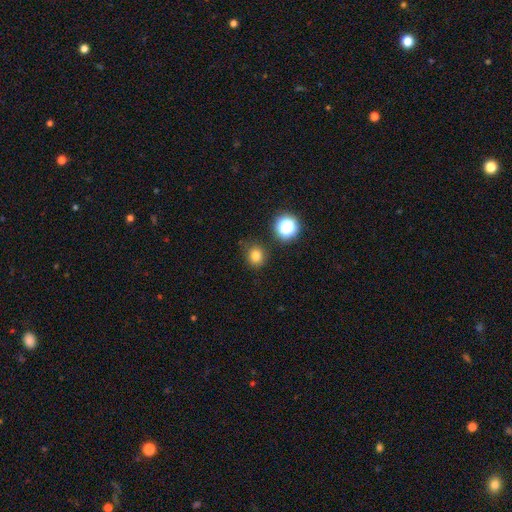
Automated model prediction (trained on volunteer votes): Smooth or featured: smooth — 77% (star or artifact — 17%)
How rounded: round — 83% (in between — 16%)
Merging: none — 83% (minor disturbance — 11%)